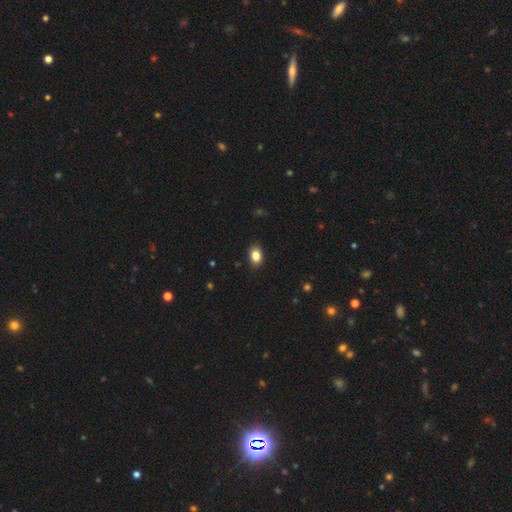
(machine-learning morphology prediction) smooth 85%, star or artifact 9%, featured or disk 6%. Down the decision tree: how rounded — in between (78%); merging — none (88%).